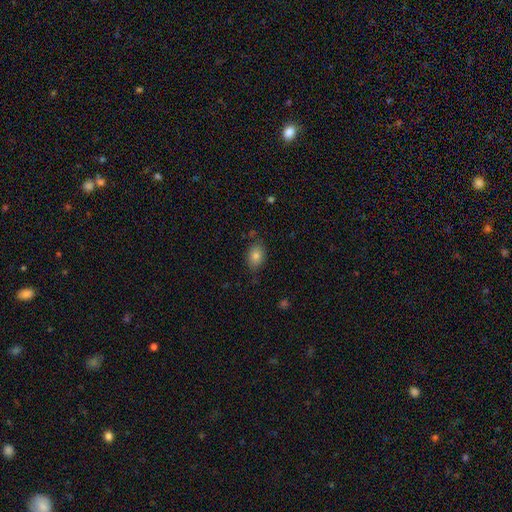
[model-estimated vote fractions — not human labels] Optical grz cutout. It shows a smooth galaxy with no disk features (81%) that is in between round and cigar-shaped (73%). Merging: none (79%).